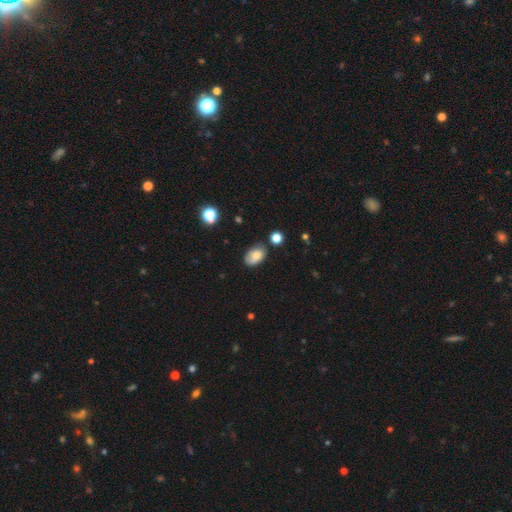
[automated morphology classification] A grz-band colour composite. It shows a smooth galaxy with no disk features (77%) that is in between round and cigar-shaped (89%). Merging: none (65%).